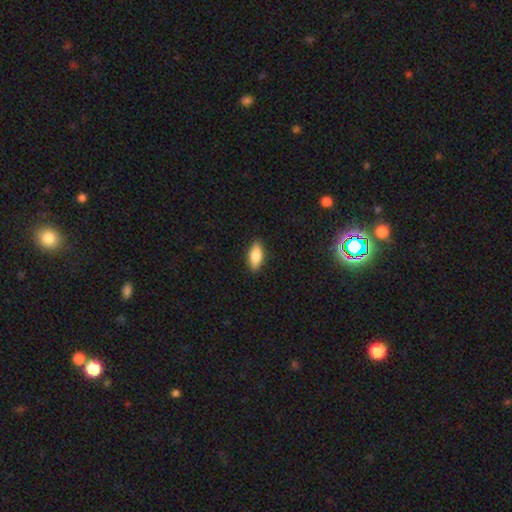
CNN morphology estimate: A smooth galaxy with no disk features (82%) that is in between round and cigar-shaped (83%). Merging: none (89%).